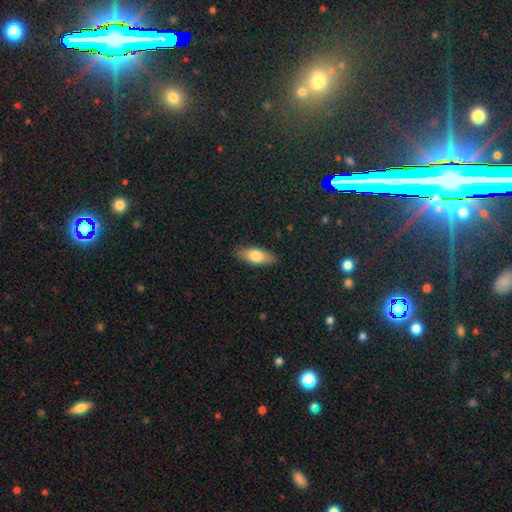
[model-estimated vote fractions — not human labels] This is likely a smooth galaxy (76%). How rounded: likely in between (73%). Merging: clearly none (87%).